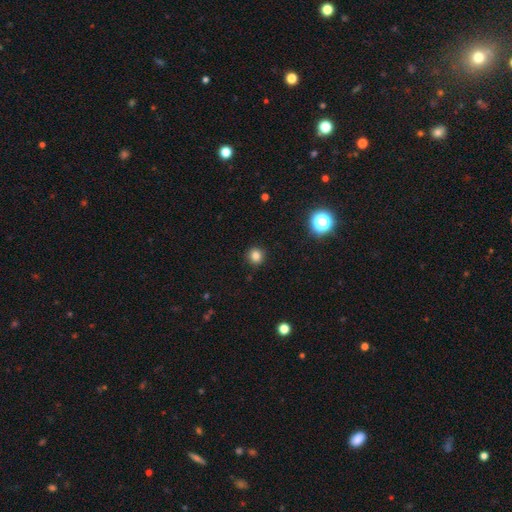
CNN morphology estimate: Smooth or featured? smooth (81%)
How rounded? round (92%)
Merging? none (91%)